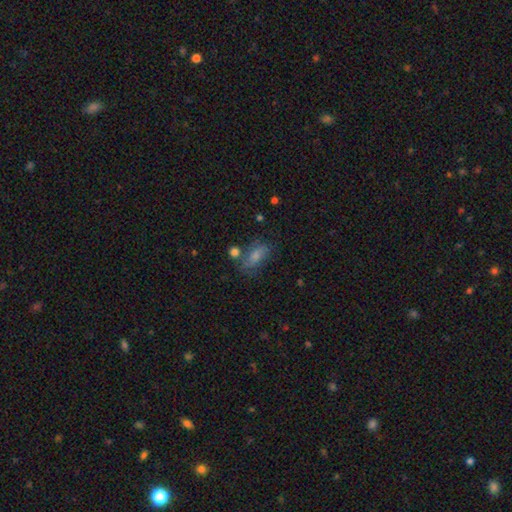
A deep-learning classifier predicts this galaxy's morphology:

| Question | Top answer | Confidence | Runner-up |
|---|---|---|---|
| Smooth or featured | smooth | 66% | featured or disk (23%) |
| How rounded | in between | 79% | cigar-shaped (13%) |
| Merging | none | 55% | minor disturbance (23%) |